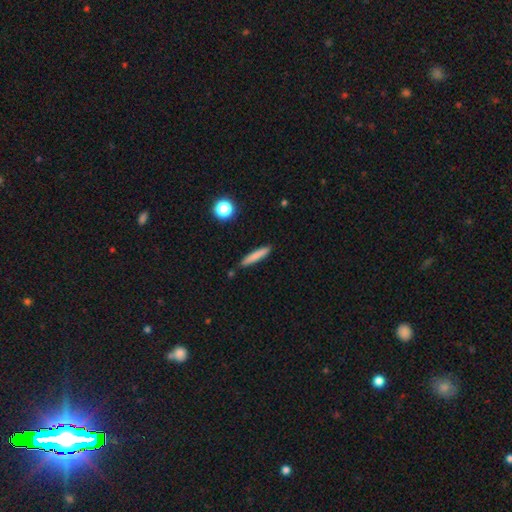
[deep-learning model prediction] Morphology: type=smooth (79%); roundness=cigar-shaped (92%); merging=none (88%).